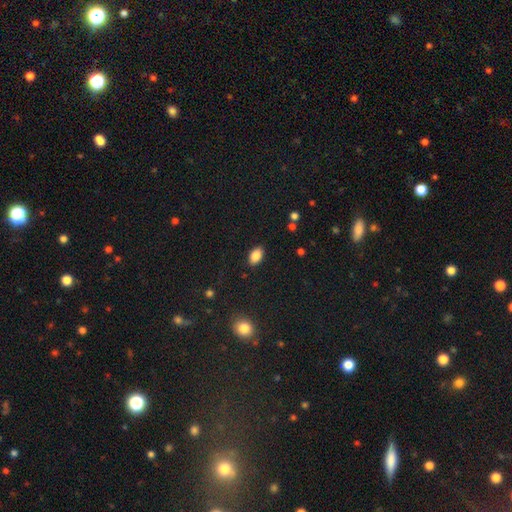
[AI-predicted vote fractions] Smooth or featured?
  - smooth: 85% *
  - star or artifact: 9%
  - featured or disk: 6%
How rounded?
  - in between: 90% *
  - round: 8%
  - cigar-shaped: 2%
Merging?
  - none: 87% *
  - minor disturbance: 9%
  - major disturbance: 2%
  - merger: 1%